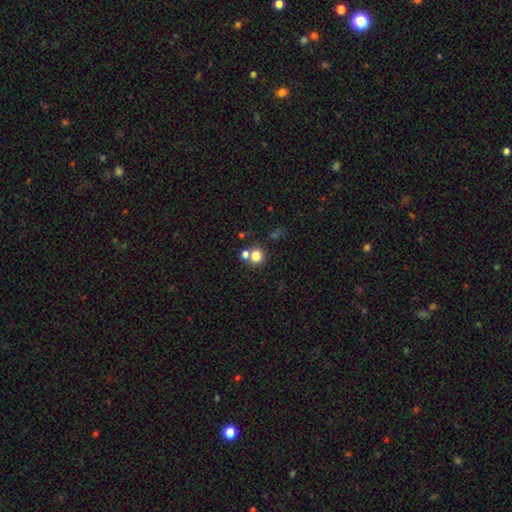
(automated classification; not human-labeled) Smooth or featured? smooth (78%)
How rounded? round (84%)
Merging? none (54%)